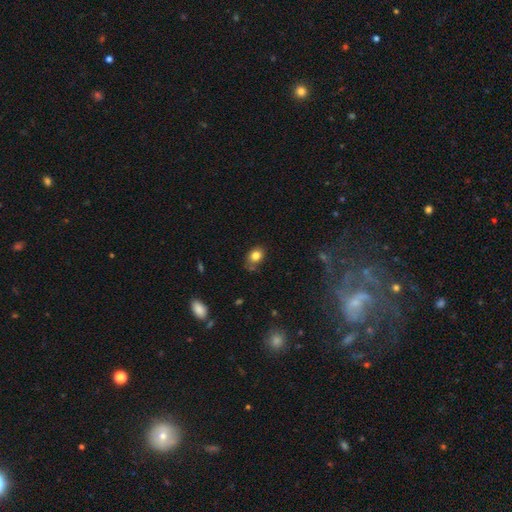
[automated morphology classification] Q: Smooth or featured?
A: smooth (82%); runner-up: star or artifact (10%)
Q: How rounded?
A: in between (62%); runner-up: round (37%)
Q: Merging?
A: none (69%); runner-up: minor disturbance (22%)